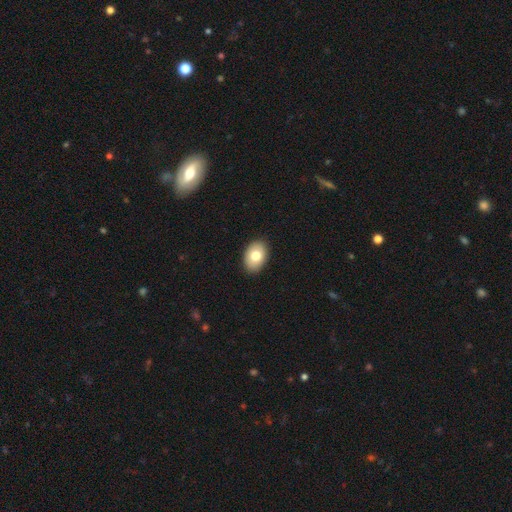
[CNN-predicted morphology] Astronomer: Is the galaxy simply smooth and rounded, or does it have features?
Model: smooth — 79%.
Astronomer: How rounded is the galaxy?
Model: in between — 83%.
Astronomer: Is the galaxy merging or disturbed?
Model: none — 90%.